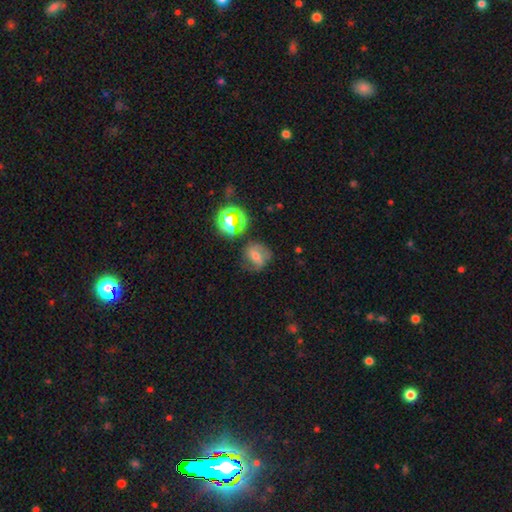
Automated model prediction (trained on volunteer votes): smooth_or_featured: smooth (p=0.41) [alt: featured or disk p=0.38]
merging: none (p=0.64) [alt: minor disturbance p=0.21]